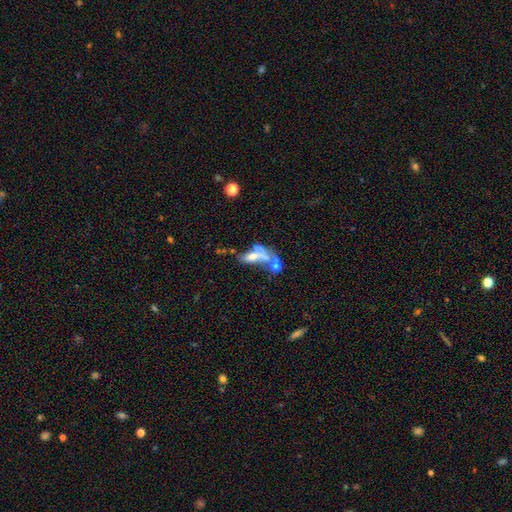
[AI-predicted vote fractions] Smooth or featured? smooth (44%)
Merging? merger (54%)